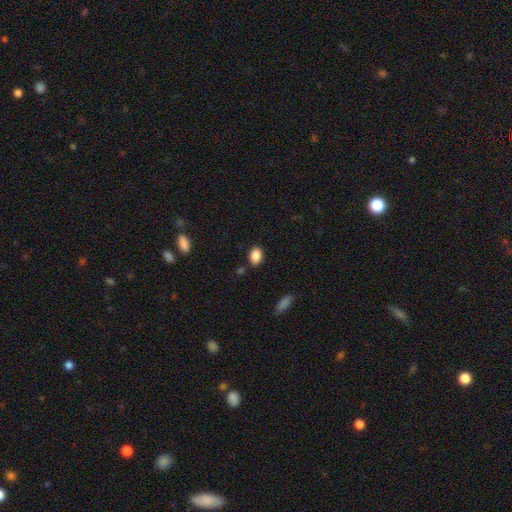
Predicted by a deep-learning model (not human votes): A smooth galaxy with no disk features (88%) that is in between round and cigar-shaped (81%).

Vote fractions:
- Smooth or featured? smooth: 88% / star or artifact: 8% / featured or disk: 4%
- How rounded? in between: 81% / round: 18% / cigar-shaped: 1%
- Merging? none: 84% / minor disturbance: 11% / merger: 3% / major disturbance: 3%